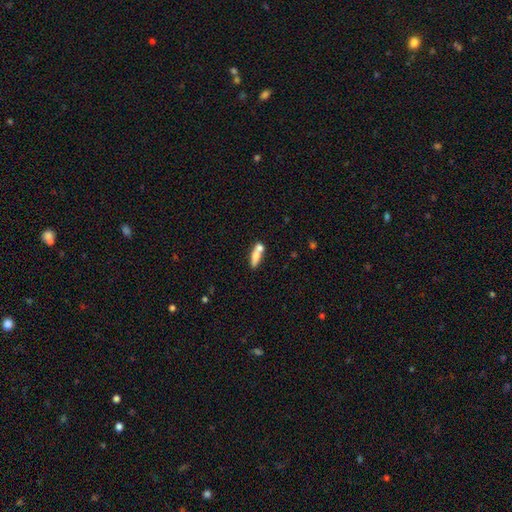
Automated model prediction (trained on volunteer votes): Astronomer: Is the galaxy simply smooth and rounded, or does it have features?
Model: smooth — 69%.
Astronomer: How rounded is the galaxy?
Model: cigar-shaped — 51% (runner-up: in between, 44%).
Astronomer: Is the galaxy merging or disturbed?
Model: merger — 44% (runner-up: none, 39%).